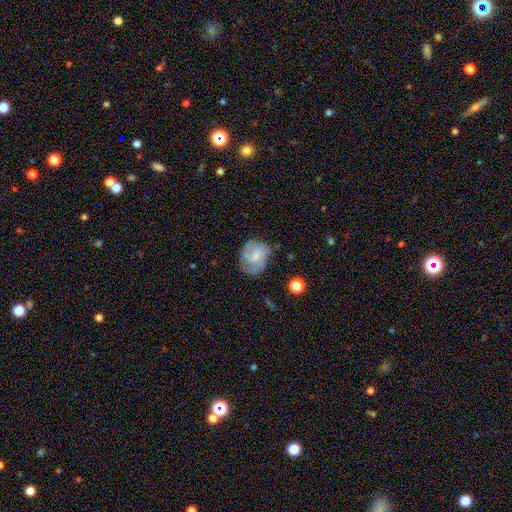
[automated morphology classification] Smooth or featured?
  - featured or disk: 67% *
  - smooth: 26%
  - star or artifact: 7%
Edge-on disk?
  - no: 98% *
  - yes: 2%
Bar?
  - no: 54% *
  - weak: 40%
  - strong: 6%
Spiral arms?
  - yes: 90% *
  - no: 10%
Spiral winding?
  - medium: 48% *
  - tight: 35%
  - loose: 18%
Spiral arm count?
  - 2: 41% *
  - 3: 27%
  - can't tell: 20%
  - 1: 5%
  - 4: 4%
  - more than 4: 3%
Bulge size?
  - small: 51% *
  - moderate: 32%
  - none: 13%
  - large: 3%
  - dominant: 1%
Merging?
  - none: 61% *
  - minor disturbance: 24%
  - major disturbance: 12%
  - merger: 2%